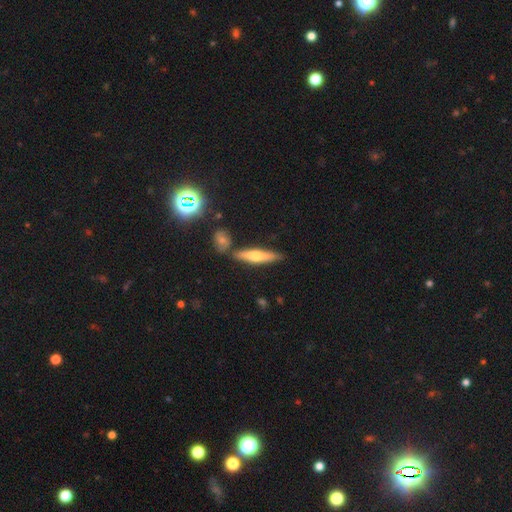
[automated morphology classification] Overall: smooth (50%; featured or disk 41%). Merging: none (78%).